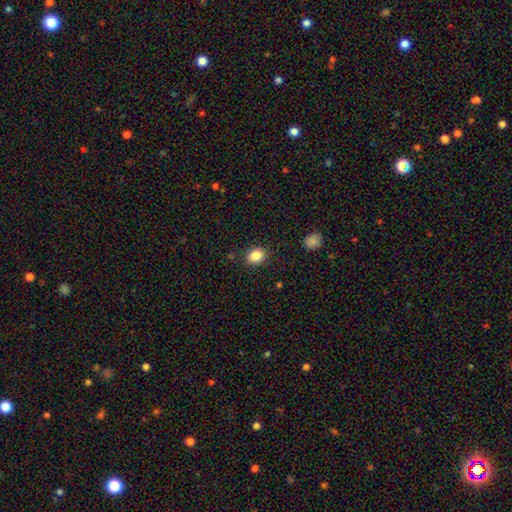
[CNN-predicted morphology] type=smooth (85%); roundness=round (50%); merging=none (87%).